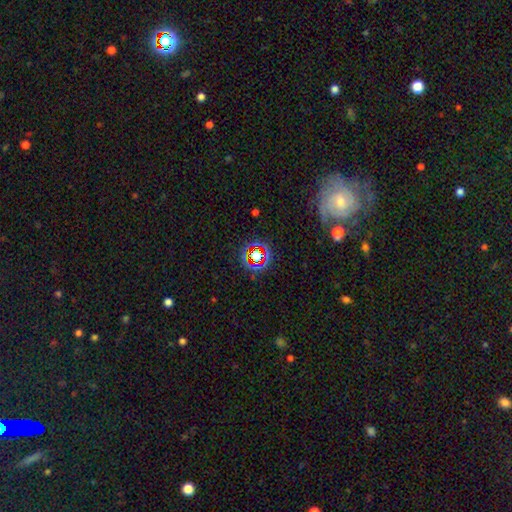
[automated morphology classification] smooth-or-featured: star or artifact: 65% | smooth: 22% | featured or disk: 14%